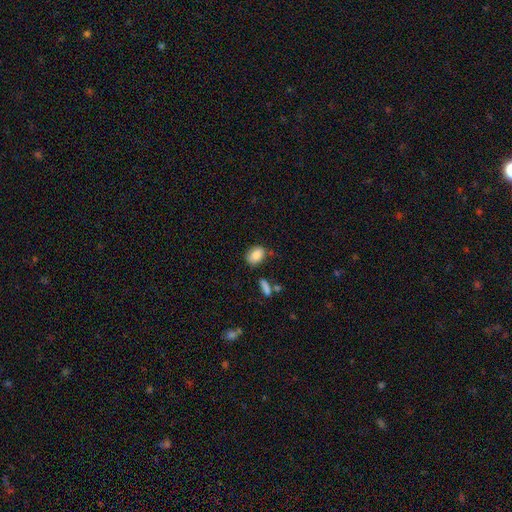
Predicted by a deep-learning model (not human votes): This is clearly a smooth galaxy (85%). How rounded: likely in between (71%). Merging: likely none (73%).